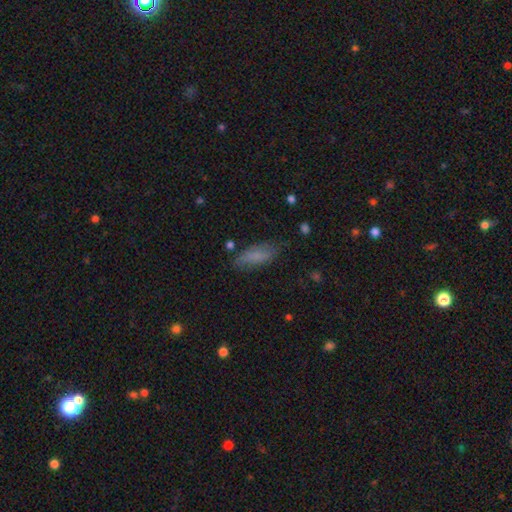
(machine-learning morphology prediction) The model was most divided on "how rounded": in between: 69%, cigar-shaped: 28%, round: 2%. More confident: smooth or featured — smooth (77%); merging — none (72%).